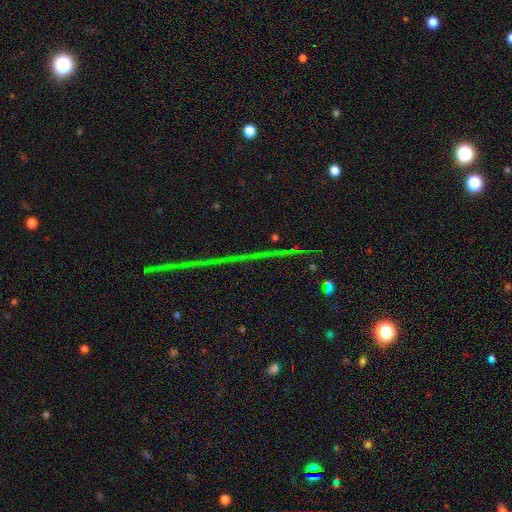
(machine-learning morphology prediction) Smooth or featured?
  - star or artifact: 80% *
  - featured or disk: 12%
  - smooth: 8%